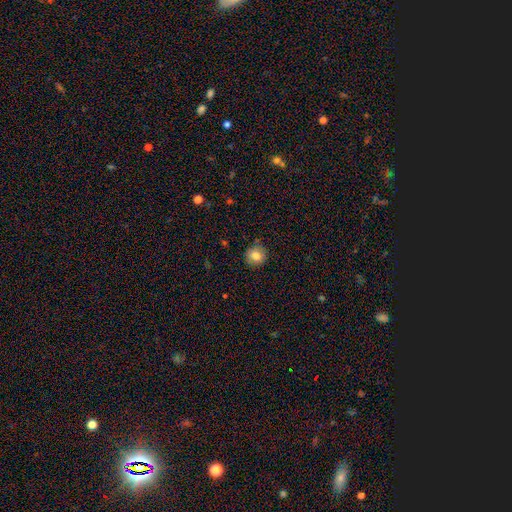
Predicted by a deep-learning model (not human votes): smooth 81%, star or artifact 10%, featured or disk 9%. Down the decision tree: how rounded — round (87%); merging — none (85%).